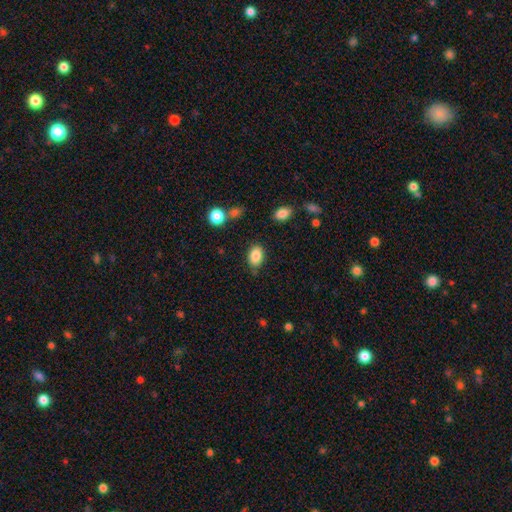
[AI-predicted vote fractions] This appears to be a smooth galaxy with no disk features (86%) that is in between round and cigar-shaped (84%). Merging: none (76%).